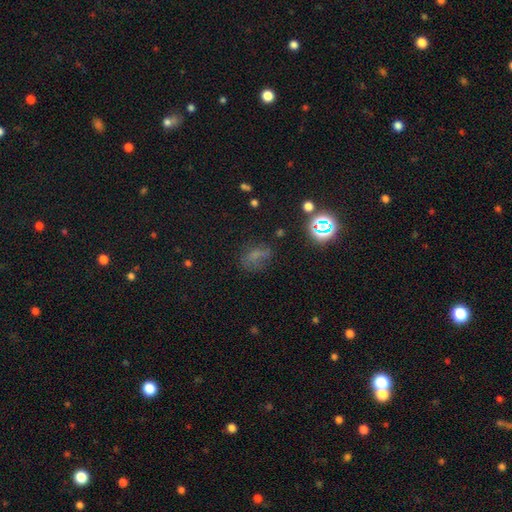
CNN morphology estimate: A smooth galaxy with no disk features (48%).

Vote fractions:
- Smooth or featured? smooth: 48% / star or artifact: 34% / featured or disk: 18%
- Merging? none: 50% / minor disturbance: 25% / major disturbance: 20% / merger: 6%